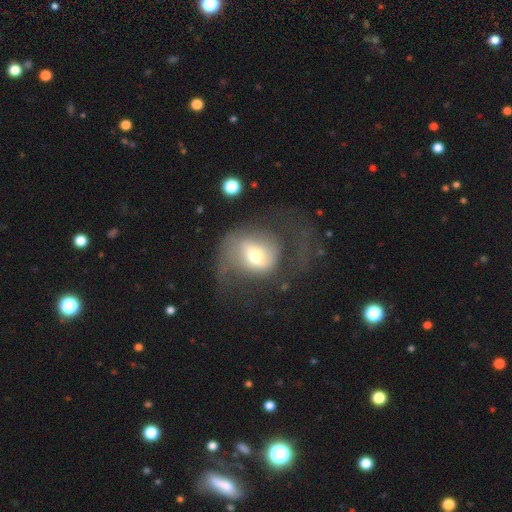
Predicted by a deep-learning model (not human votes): Morphology: type=featured or disk (47%); merging=major disturbance (46%).